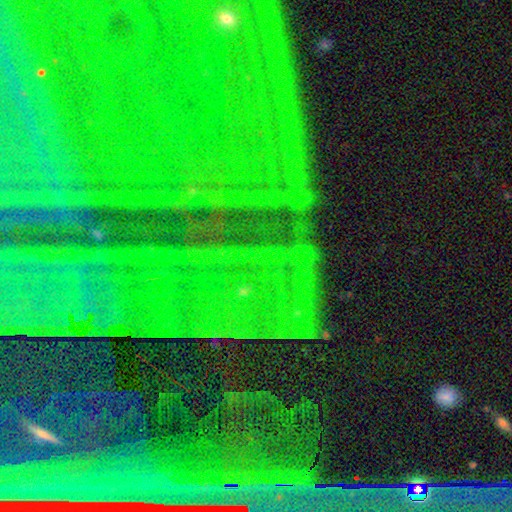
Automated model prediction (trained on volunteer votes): Overall: star or artifact (85%).